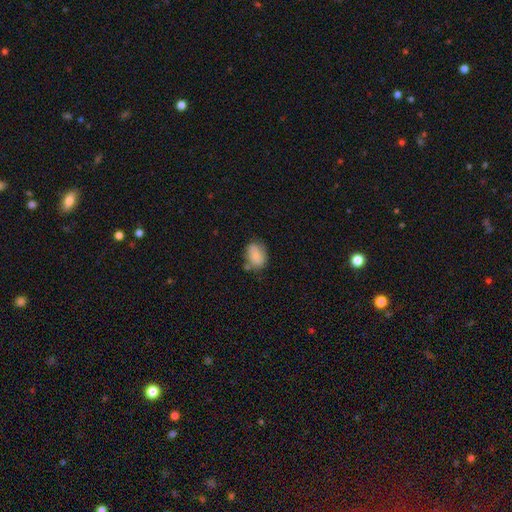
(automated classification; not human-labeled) Smooth or featured? Predicted: smooth (p=0.71). How rounded? Predicted: in between (p=0.78). Merging? Predicted: none (p=0.59).